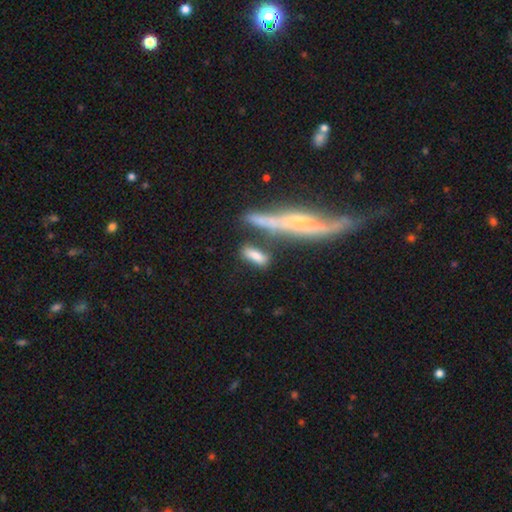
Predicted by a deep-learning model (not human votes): Morphology: type=smooth (78%); roundness=in between (56%); merging=none (58%).